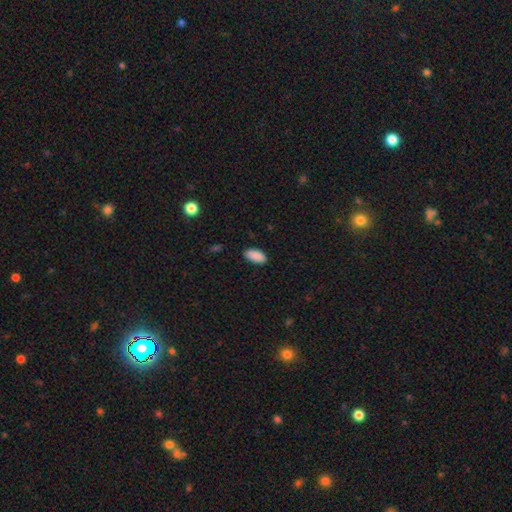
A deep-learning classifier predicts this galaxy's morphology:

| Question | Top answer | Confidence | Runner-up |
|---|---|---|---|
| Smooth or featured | smooth | 90% | star or artifact (7%) |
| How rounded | in between | 93% | cigar-shaped (5%) |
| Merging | none | 88% | minor disturbance (9%) |